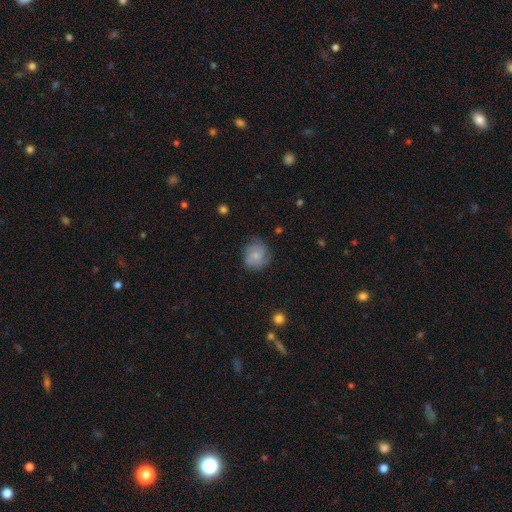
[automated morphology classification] Q: Smooth or featured?
A: smooth (50%); runner-up: featured or disk (42%)
Q: How rounded?
A: round (80%); runner-up: in between (19%)
Q: Merging?
A: none (70%); runner-up: minor disturbance (21%)